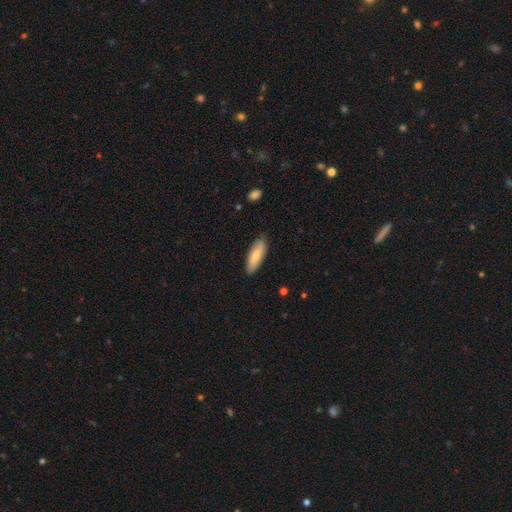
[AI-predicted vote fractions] smooth 76%, featured or disk 19%, star or artifact 6%. Down the decision tree: how rounded — in between (64%); merging — none (83%).